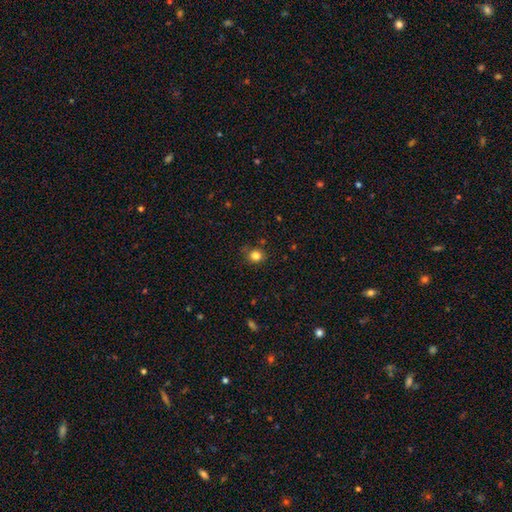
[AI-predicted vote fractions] Morphology: type=smooth (82%); roundness=round (83%); merging=none (80%).